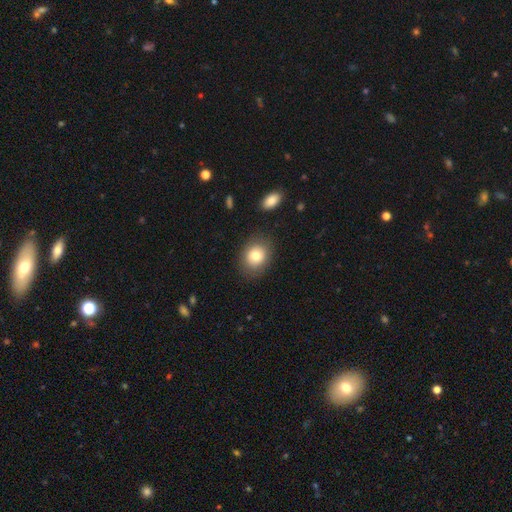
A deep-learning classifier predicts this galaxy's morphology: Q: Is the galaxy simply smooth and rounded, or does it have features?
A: smooth — 79%.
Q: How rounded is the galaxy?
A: round — 58%.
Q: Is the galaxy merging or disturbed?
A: none — 83%.